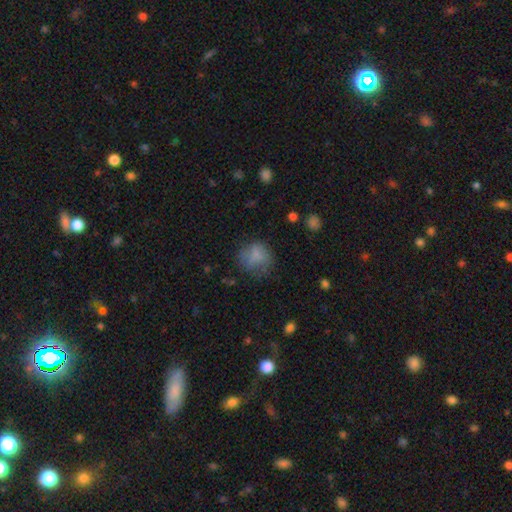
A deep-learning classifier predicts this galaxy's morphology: Smooth or featured?
  - smooth: 75% *
  - featured or disk: 14%
  - star or artifact: 11%
How rounded?
  - round: 77% *
  - in between: 22%
  - cigar-shaped: 1%
Merging?
  - none: 59% *
  - minor disturbance: 24%
  - major disturbance: 15%
  - merger: 2%